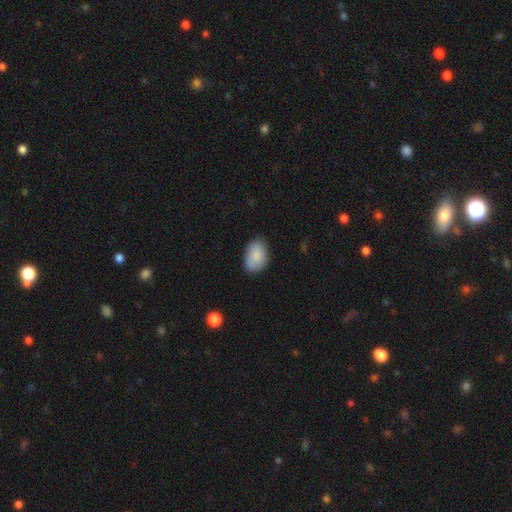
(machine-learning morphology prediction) smooth 84%, featured or disk 10%, star or artifact 6%. Down the decision tree: how rounded — in between (88%); merging — none (77%).